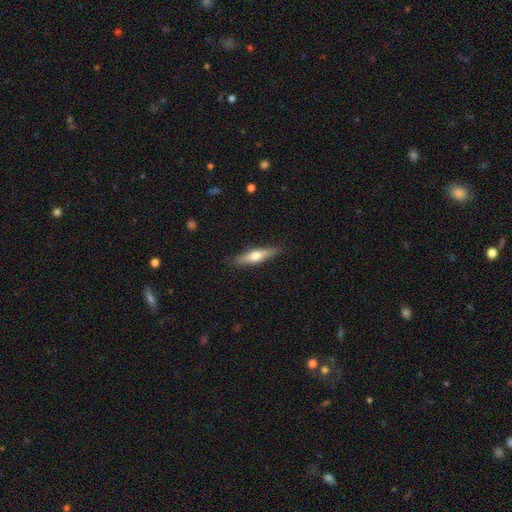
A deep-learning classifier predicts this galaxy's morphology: A smooth galaxy with no disk features (51%) that is cigar-shaped (76%).

Vote fractions:
- Smooth or featured? smooth: 51% / featured or disk: 44% / star or artifact: 5%
- How rounded? cigar-shaped: 76% / in between: 22% / round: 2%
- Merging? none: 88% / minor disturbance: 9% / major disturbance: 2% / merger: 1%